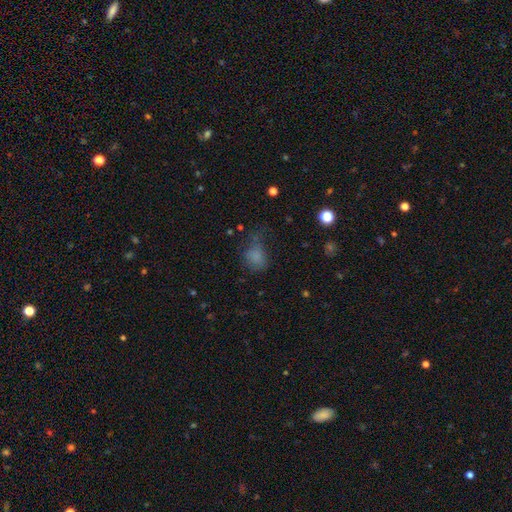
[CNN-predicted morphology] A smooth galaxy with no disk features (75%) that is round (52%). Merging: none (45%).